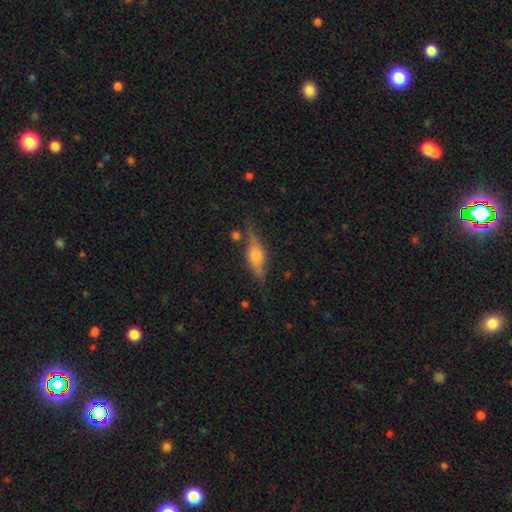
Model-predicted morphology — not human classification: Smooth or featured: featured or disk — 60% (smooth — 32%)
Edge-on disk: yes — 91% (no — 9%)
Edge-on bulge: rounded — 89% (boxy — 9%)
Merging: none — 75% (minor disturbance — 17%)